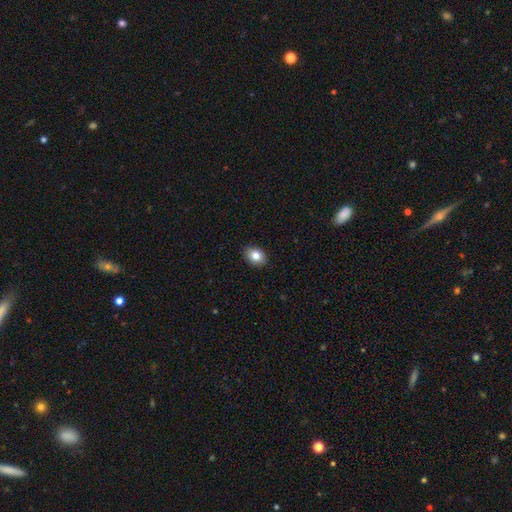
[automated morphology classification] This appears to be a smooth galaxy with no disk features (83%) that is in between round and cigar-shaped (72%). Merging: none (90%).